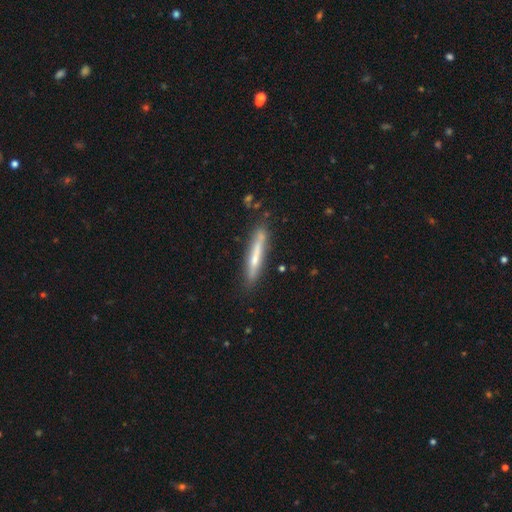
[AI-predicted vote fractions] featured or disk 47% (tied), smooth 47% (tied), star or artifact 6%. Down the decision tree: merging — none (78%).